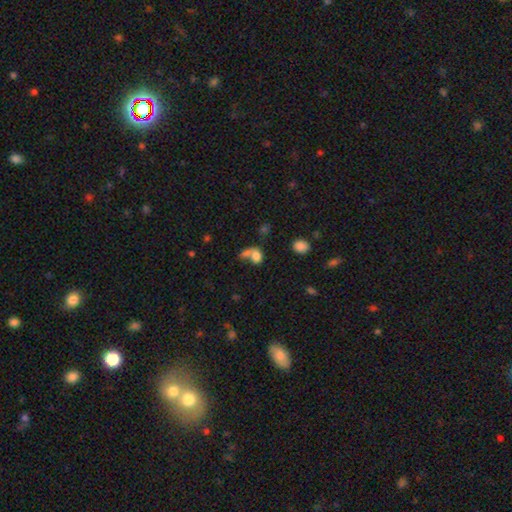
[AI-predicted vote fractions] Q: Smooth or featured?
A: smooth (73%); runner-up: featured or disk (15%)
Q: How rounded?
A: in between (58%); runner-up: round (39%)
Q: Merging?
A: merger (49%); runner-up: none (25%)